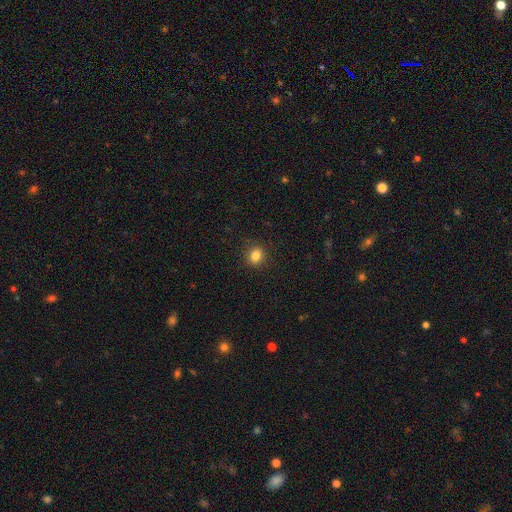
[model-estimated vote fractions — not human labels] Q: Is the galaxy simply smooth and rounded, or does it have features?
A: smooth — 83%.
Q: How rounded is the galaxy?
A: round — 72%.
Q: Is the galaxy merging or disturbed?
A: none — 90%.